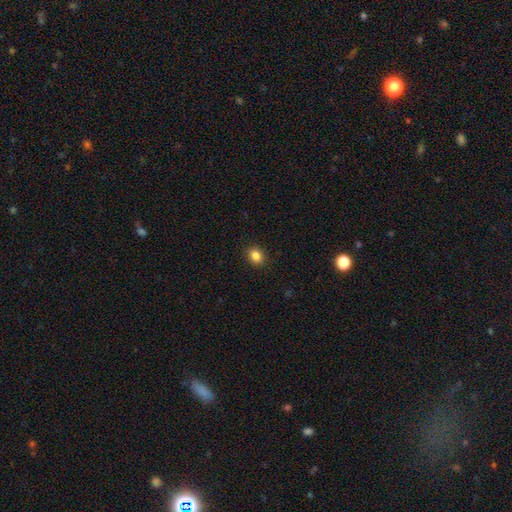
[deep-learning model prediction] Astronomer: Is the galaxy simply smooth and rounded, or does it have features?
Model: smooth — 85%.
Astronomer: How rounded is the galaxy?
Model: round — 56% (runner-up: in between, 43%).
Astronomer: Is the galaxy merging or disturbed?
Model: none — 91%.